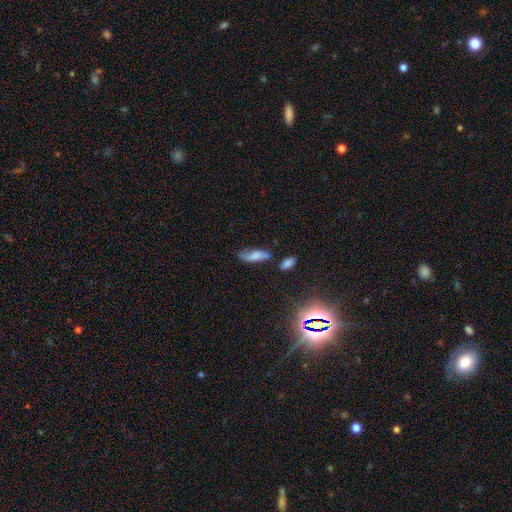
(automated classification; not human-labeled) Smooth or featured? Predicted: smooth (p=0.62). How rounded? Predicted: in between (p=0.63). Merging? Predicted: none (p=0.59).